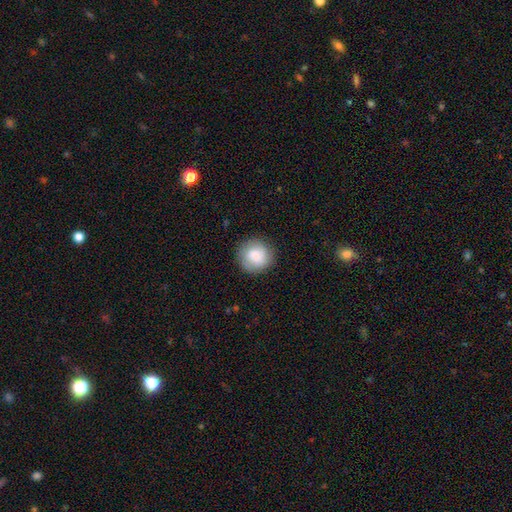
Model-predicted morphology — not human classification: A smooth galaxy with no disk features (82%) that is round (91%). Merging: none (85%).